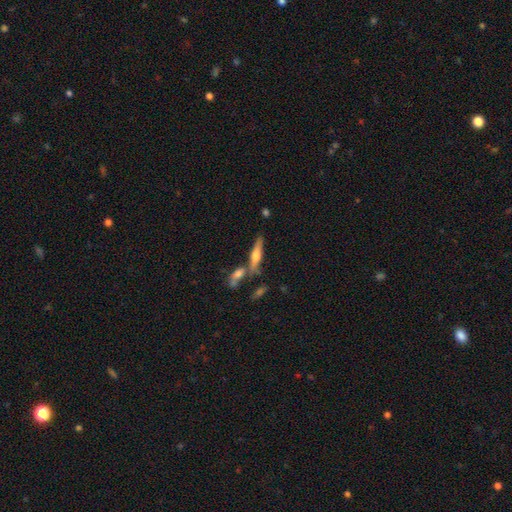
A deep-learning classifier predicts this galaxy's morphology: type=featured or disk (59%); edge-on=yes (94%); edge-on bulge=rounded (88%); merging=none (64%).